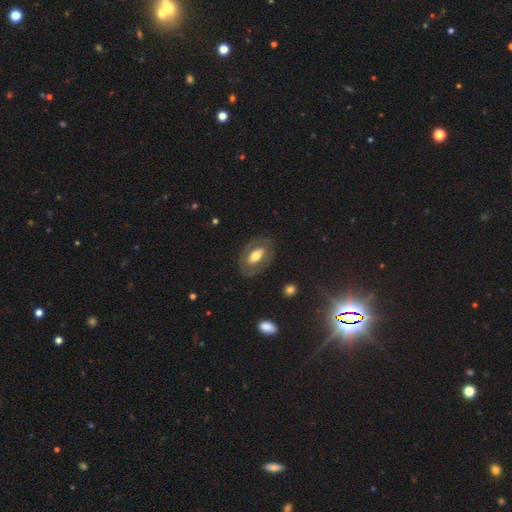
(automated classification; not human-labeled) Overall: featured or disk (52%; smooth 43%). Edge-on disk: no (90%). Merging: none (79%).